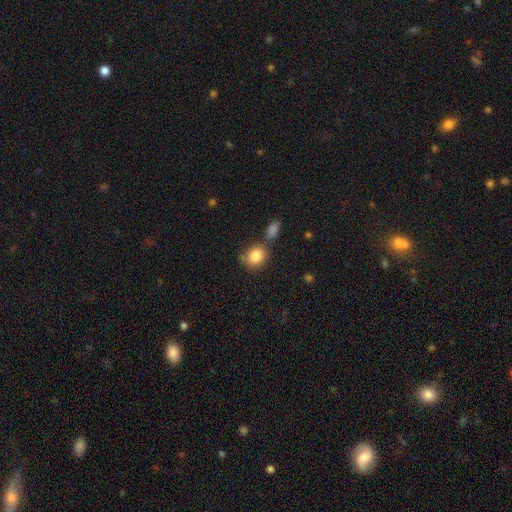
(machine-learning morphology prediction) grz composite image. It shows a smooth galaxy with no disk features (85%) that is round (63%). Merging: none (55%).